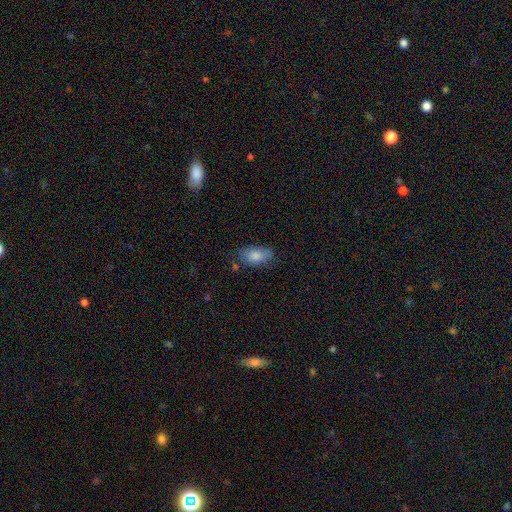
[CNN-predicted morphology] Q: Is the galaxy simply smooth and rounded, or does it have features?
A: smooth — 81%.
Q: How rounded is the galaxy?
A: in between — 92%.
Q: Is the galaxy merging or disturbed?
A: none — 68%.